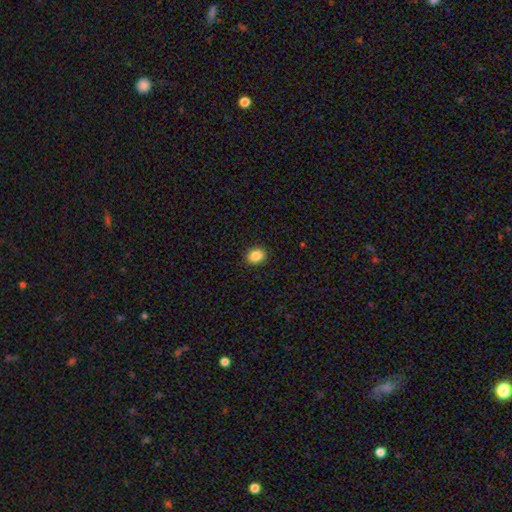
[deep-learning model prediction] Overall: smooth (87%). How rounded: in between (50%; round 49%). Merging: none (90%).